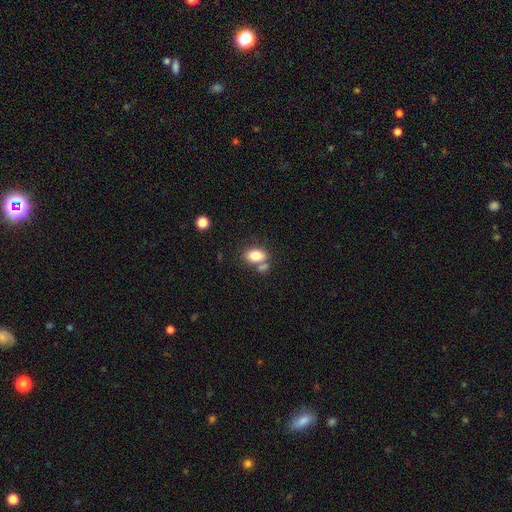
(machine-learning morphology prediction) Smooth or featured?
  - smooth: 80% *
  - featured or disk: 11%
  - star or artifact: 9%
How rounded?
  - in between: 82% *
  - round: 17%
  - cigar-shaped: 2%
Merging?
  - none: 53% *
  - merger: 27%
  - minor disturbance: 14%
  - major disturbance: 5%